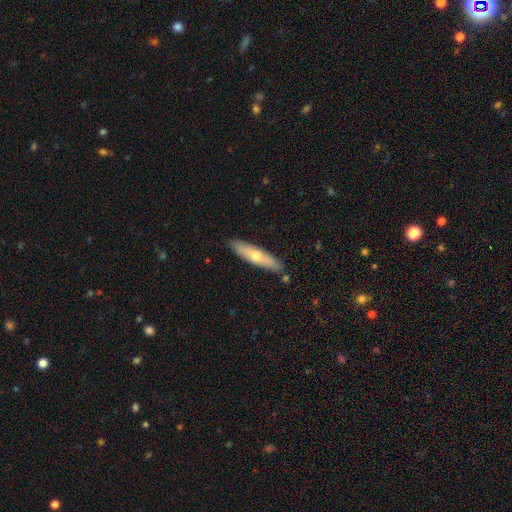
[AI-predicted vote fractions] Smooth or featured?
  - smooth: 56% *
  - featured or disk: 38%
  - star or artifact: 6%
How rounded?
  - cigar-shaped: 75% *
  - in between: 23%
  - round: 2%
Merging?
  - none: 86% *
  - minor disturbance: 10%
  - merger: 2%
  - major disturbance: 2%